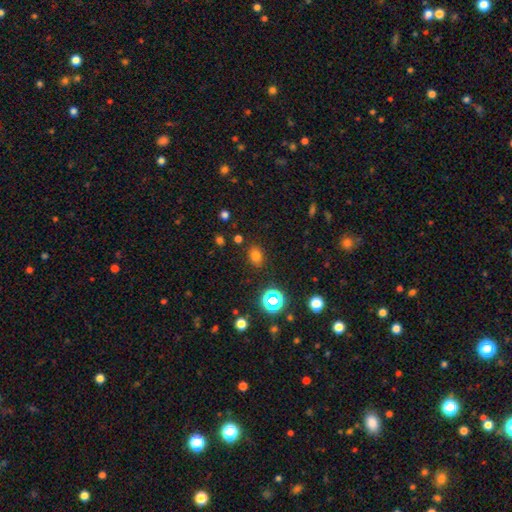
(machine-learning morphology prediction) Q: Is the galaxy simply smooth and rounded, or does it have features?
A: smooth — 74%.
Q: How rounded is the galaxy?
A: in between — 58%.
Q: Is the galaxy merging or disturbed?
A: none — 85%.